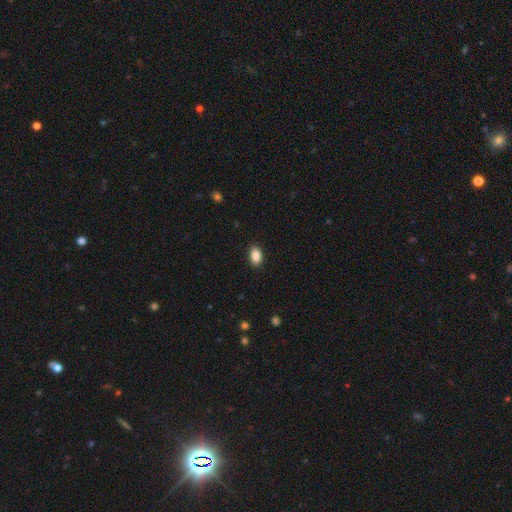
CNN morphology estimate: smooth-or-featured: smooth: 88% | star or artifact: 8% | featured or disk: 4%
  how-rounded: in between: 91% | round: 7% | cigar-shaped: 2%
  merging: none: 89% | minor disturbance: 8% | major disturbance: 2% | merger: 1%